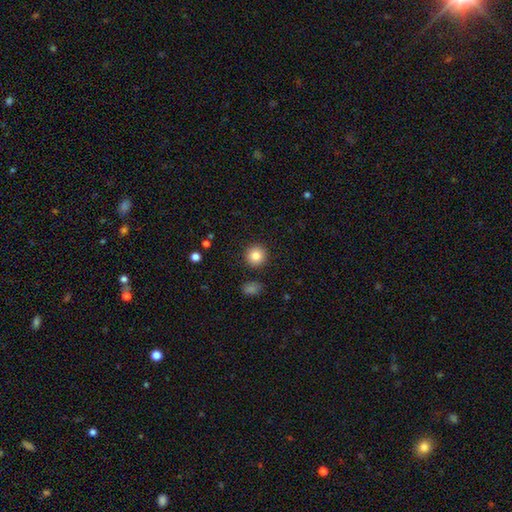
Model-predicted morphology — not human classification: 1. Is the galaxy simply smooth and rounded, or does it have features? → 85% smooth, 9% star or artifact, 5% featured or disk.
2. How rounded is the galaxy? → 93% round, 6% in between, 1% cigar-shaped.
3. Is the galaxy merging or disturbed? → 91% none, 5% minor disturbance, 2% major disturbance, 2% merger.